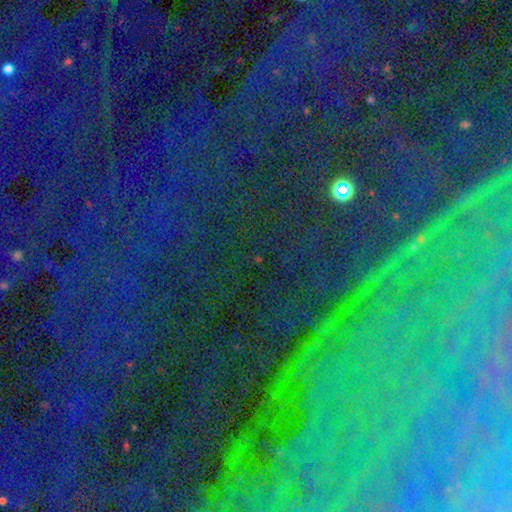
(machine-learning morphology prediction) Smooth or featured? star or artifact (76%)